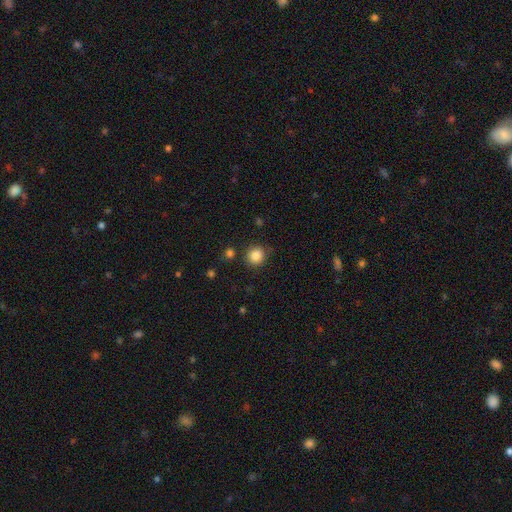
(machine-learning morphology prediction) type=smooth (85%); roundness=round (89%); merging=none (85%).